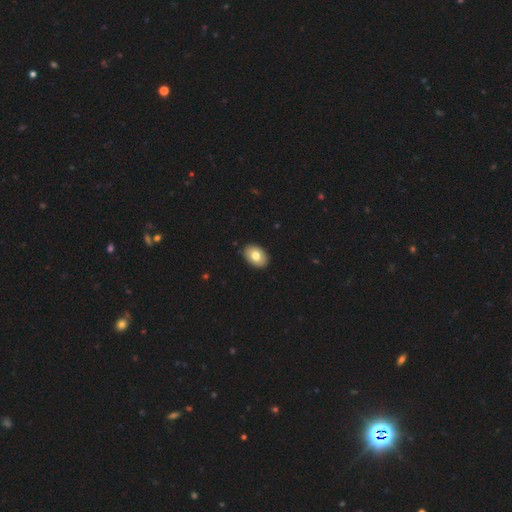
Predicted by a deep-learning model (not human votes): smooth-or-featured: smooth: 77% | featured or disk: 16% | star or artifact: 7%
  how-rounded: in between: 81% | round: 18% | cigar-shaped: 1%
  merging: none: 90% | minor disturbance: 7% | major disturbance: 2% | merger: 1%